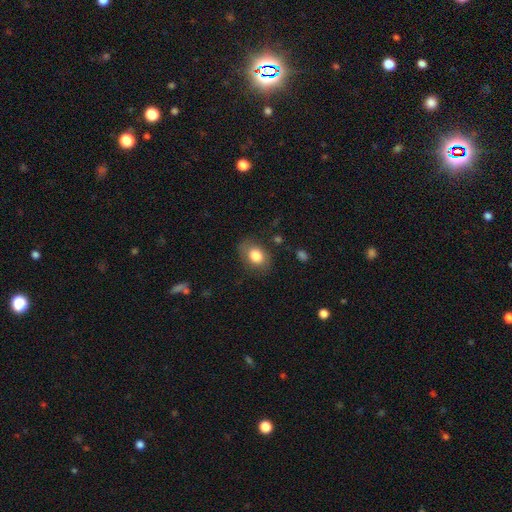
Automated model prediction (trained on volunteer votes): This is likely a smooth galaxy (80%). How rounded: likely in between (75%). Merging: likely none (75%).